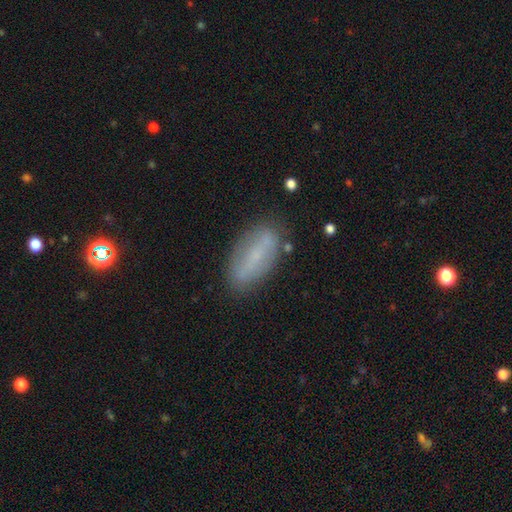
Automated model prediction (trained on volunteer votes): smooth 54%, featured or disk 37%, star or artifact 9%. Down the decision tree: how rounded — in between (79%); merging — none (81%).